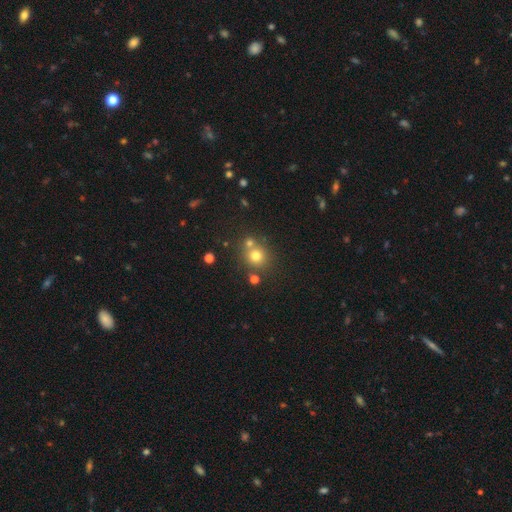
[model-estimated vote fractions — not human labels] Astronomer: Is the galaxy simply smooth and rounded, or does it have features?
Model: smooth — 73%.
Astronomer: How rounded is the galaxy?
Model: round — 88%.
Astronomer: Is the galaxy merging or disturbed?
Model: none — 65%.